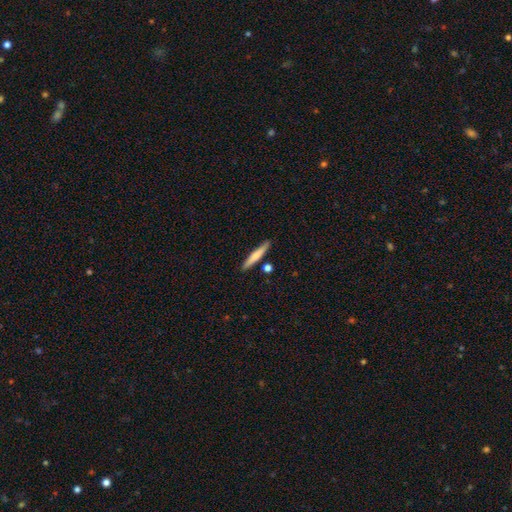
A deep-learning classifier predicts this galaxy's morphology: Smooth or featured? smooth (67%)
How rounded? cigar-shaped (93%)
Merging? none (85%)